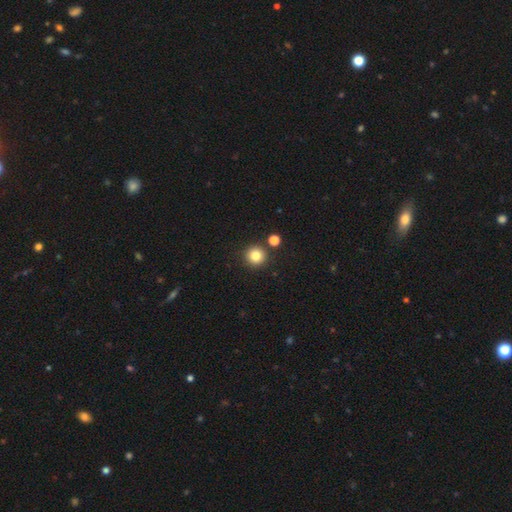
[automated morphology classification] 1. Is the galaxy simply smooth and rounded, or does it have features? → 82% smooth, 12% star or artifact, 6% featured or disk.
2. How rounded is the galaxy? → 94% round, 5% in between, 1% cigar-shaped.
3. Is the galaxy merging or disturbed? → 85% none, 6% merger, 6% minor disturbance, 2% major disturbance.